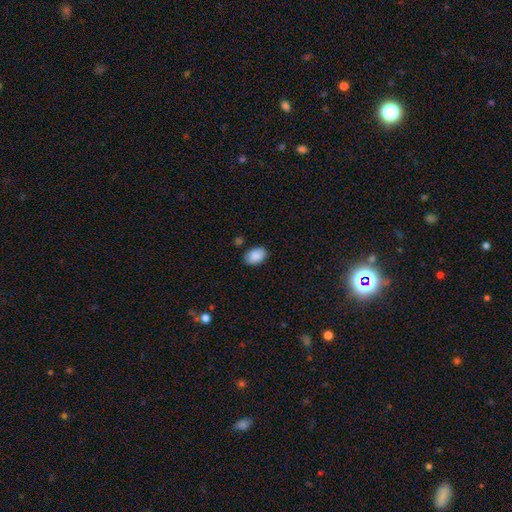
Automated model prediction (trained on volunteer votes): Smooth or featured? Predicted: smooth (p=0.89). How rounded? Predicted: in between (p=0.87). Merging? Predicted: none (p=0.82).